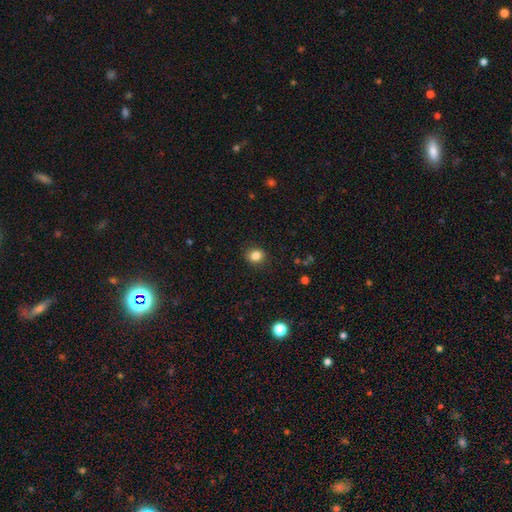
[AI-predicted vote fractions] The model was most divided on "how rounded": round: 67%, in between: 32%, cigar-shaped: 1%. More confident: merging — none (89%); smooth or featured — smooth (84%).